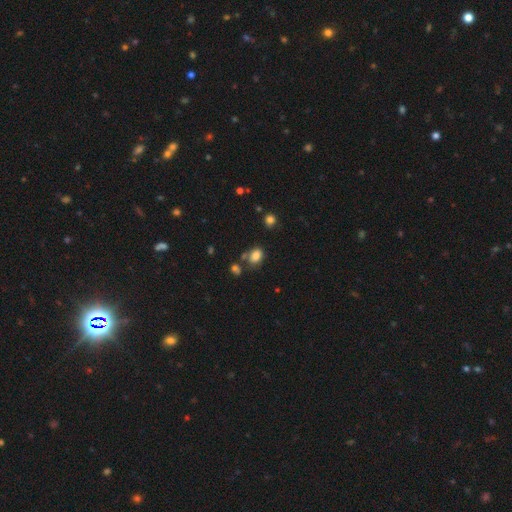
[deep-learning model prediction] A smooth galaxy with no disk features (82%) that is in between round and cigar-shaped (70%). Merging: none (65%).